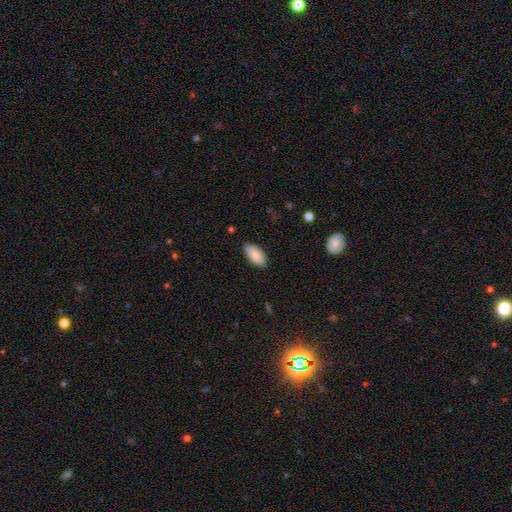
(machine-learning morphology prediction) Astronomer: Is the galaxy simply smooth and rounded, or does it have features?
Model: smooth — 78%.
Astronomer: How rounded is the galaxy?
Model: in between — 94%.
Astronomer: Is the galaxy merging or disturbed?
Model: none — 79%.